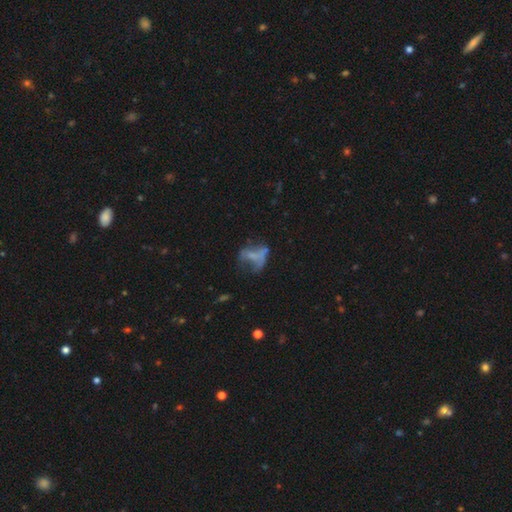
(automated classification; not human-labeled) A featured or disk galaxy (46%). Merging: major disturbance (43%).